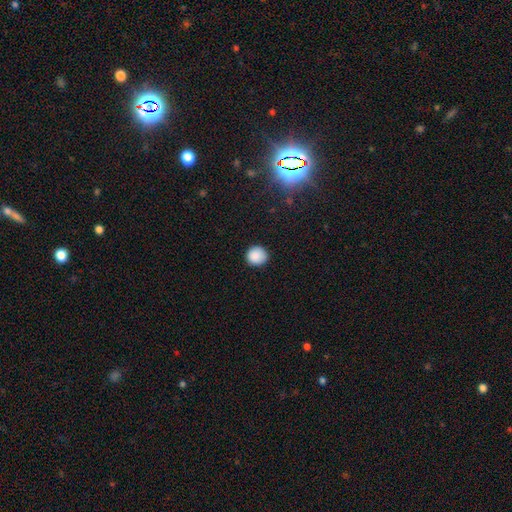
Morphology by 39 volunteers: smooth-or-featured: smooth: 95% | featured or disk: 3% | star or artifact: 3%
  how-rounded: round: 92% | in between: 8% | cigar-shaped: 0%
  merging: none: 79% | minor disturbance: 18% | major disturbance: 3% | merger: 0%